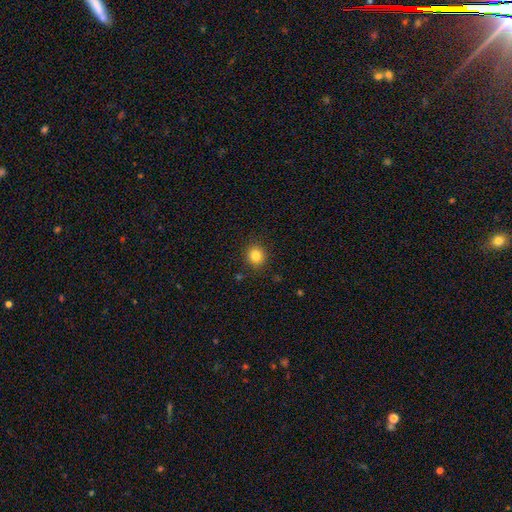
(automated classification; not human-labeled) A smooth galaxy with no disk features (83%) that is round (88%). Merging: none (89%).